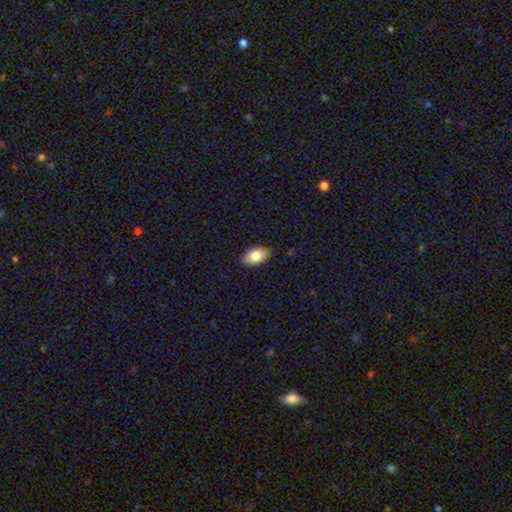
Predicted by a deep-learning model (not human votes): smooth 80%, featured or disk 12%, star or artifact 8%. Down the decision tree: how rounded — in between (90%); merging — none (81%).